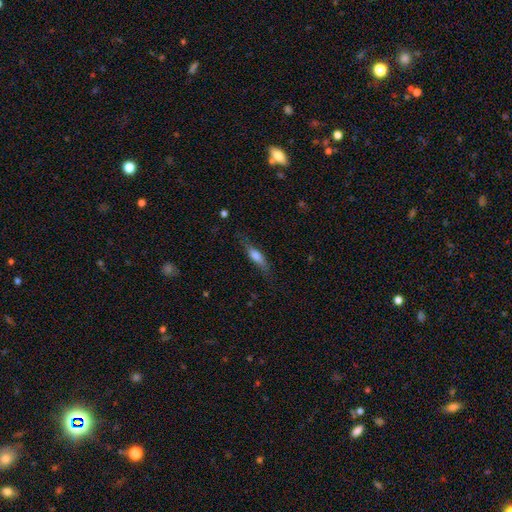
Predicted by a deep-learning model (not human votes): A smooth galaxy with no disk features (61%) that is cigar-shaped (63%).

Vote fractions:
- Smooth or featured? smooth: 61% / featured or disk: 32% / star or artifact: 7%
- How rounded? cigar-shaped: 63% / in between: 35% / round: 2%
- Merging? none: 70% / minor disturbance: 21% / major disturbance: 8% / merger: 1%